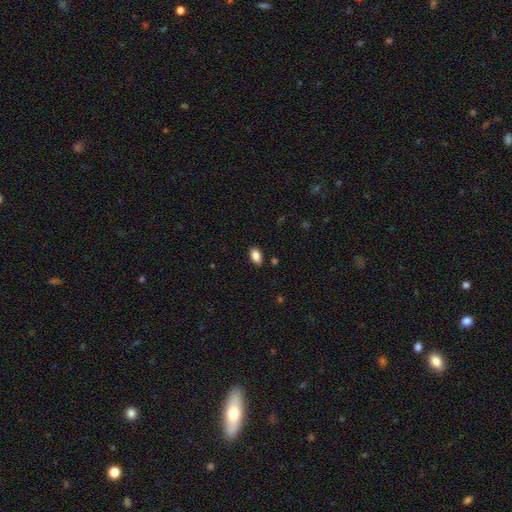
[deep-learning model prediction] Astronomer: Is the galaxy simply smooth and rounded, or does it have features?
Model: smooth — 86%.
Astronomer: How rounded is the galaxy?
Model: in between — 91%.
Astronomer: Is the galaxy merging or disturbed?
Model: none — 87%.